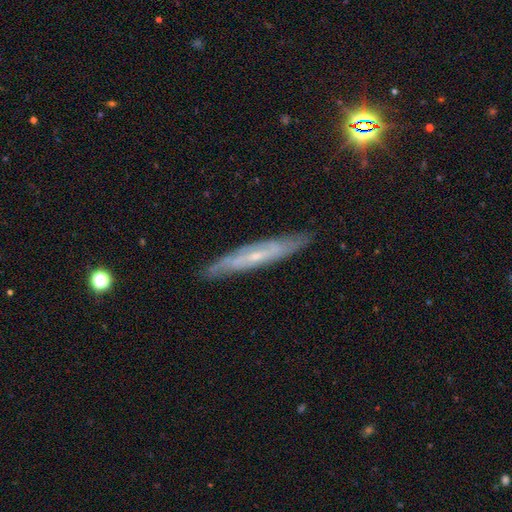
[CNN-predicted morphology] Smooth or featured?
  - featured or disk: 73% *
  - smooth: 21%
  - star or artifact: 7%
Edge-on disk?
  - yes: 59% *
  - no: 41%
Merging?
  - none: 83% *
  - minor disturbance: 13%
  - major disturbance: 3%
  - merger: 1%